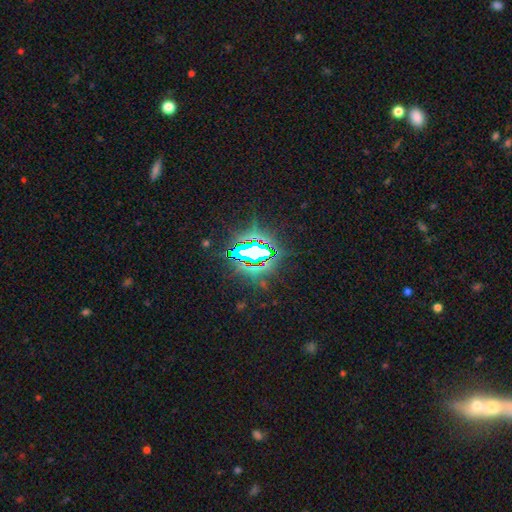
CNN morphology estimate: smooth_or_featured: star or artifact (p=0.77) [alt: smooth p=0.12]